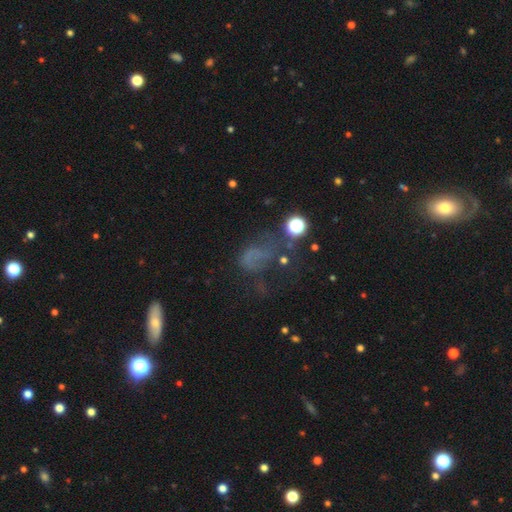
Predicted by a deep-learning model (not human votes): Smooth or featured: smooth — 38% (featured or disk — 32%)
Merging: major disturbance — 39% (none — 34%)